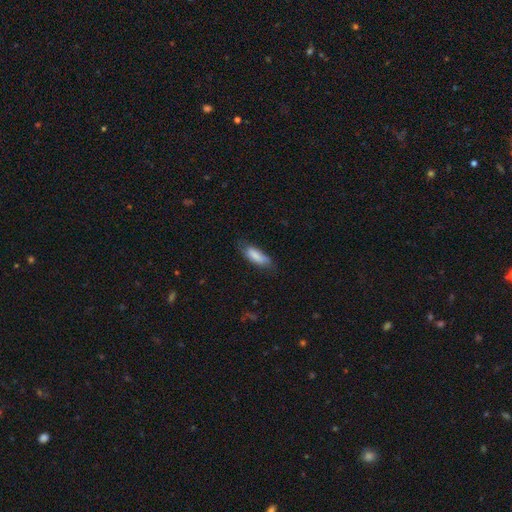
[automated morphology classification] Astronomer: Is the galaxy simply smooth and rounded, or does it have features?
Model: smooth — 78%.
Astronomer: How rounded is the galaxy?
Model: in between — 66%.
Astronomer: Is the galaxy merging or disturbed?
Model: none — 58%.